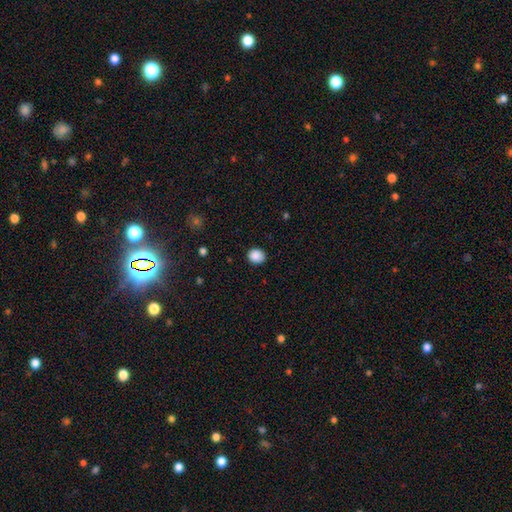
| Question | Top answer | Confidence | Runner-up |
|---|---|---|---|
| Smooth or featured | smooth | 95% | star or artifact (5%) |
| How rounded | round | 67% | in between (33%) |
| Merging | none | 92% | minor disturbance (6%) |